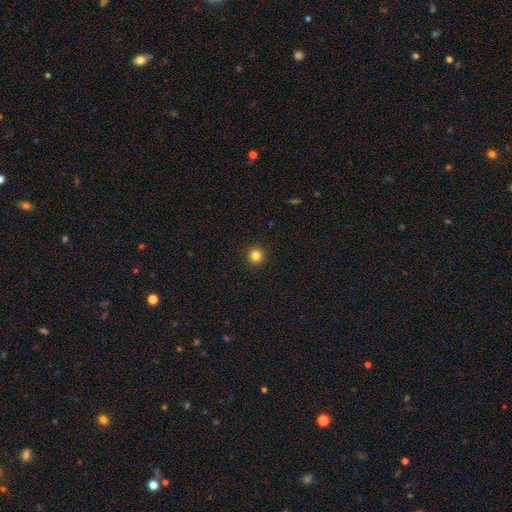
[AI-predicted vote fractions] The model was most divided on "smooth or featured": smooth: 83%, star or artifact: 13%, featured or disk: 4%. More confident: how rounded — round (95%); merging — none (93%).